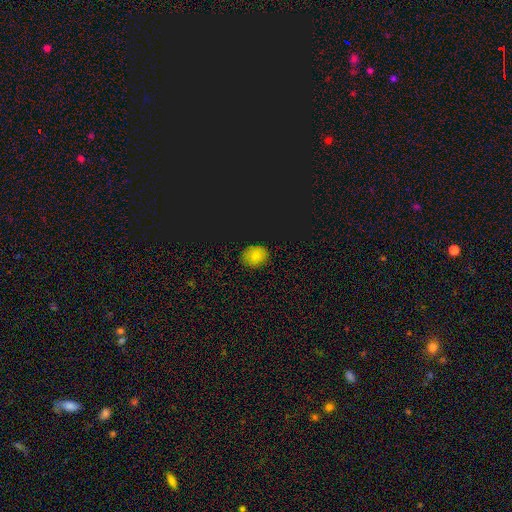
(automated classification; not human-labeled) Morphology: type=smooth (71%); roundness=round (57%); merging=none (86%).